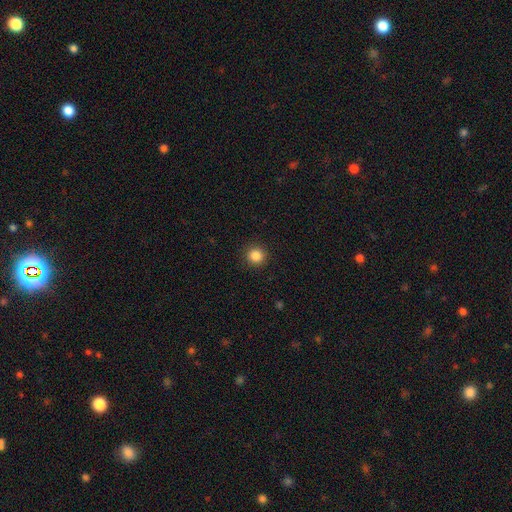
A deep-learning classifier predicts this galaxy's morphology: Overall: smooth (85%). How rounded: round (94%). Merging: none (92%).